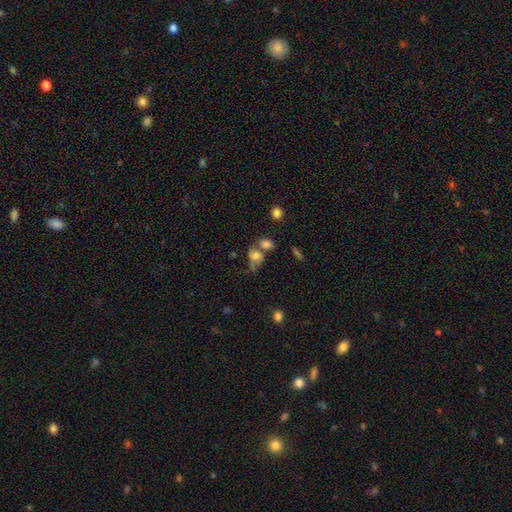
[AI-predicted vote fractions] smooth-or-featured: smooth: 64% | featured or disk: 23% | star or artifact: 13%
  how-rounded: in between: 56% | round: 42% | cigar-shaped: 2%
  merging: merger: 42% | none: 28% | minor disturbance: 16% | major disturbance: 13%